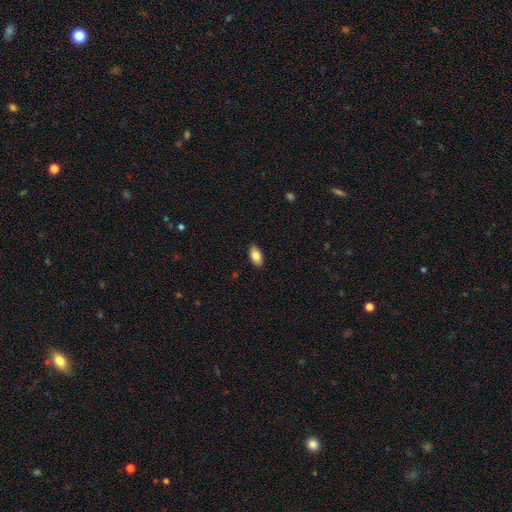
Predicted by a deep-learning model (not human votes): Overall: smooth (83%). How rounded: in between (92%). Merging: none (89%).